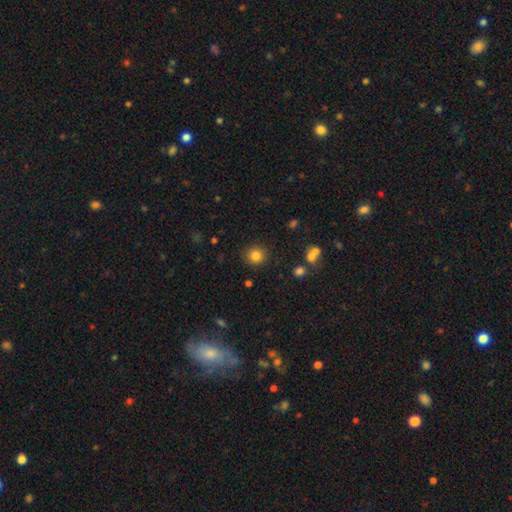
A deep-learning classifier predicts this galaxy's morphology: Q: Smooth or featured?
A: smooth (83%); runner-up: star or artifact (12%)
Q: How rounded?
A: round (92%); runner-up: in between (7%)
Q: Merging?
A: none (89%); runner-up: minor disturbance (6%)